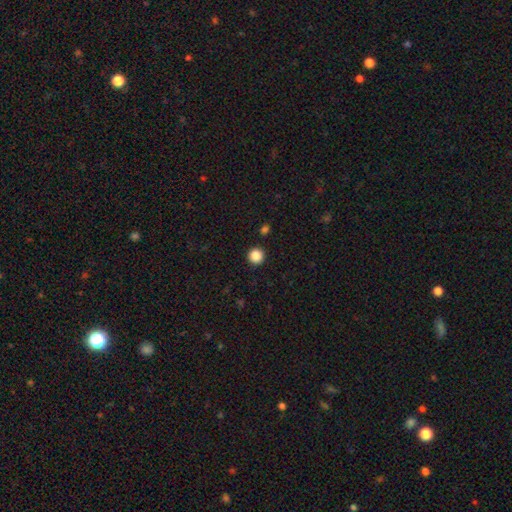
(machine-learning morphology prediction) This appears to be a smooth galaxy with no disk features (87%) that is round (95%). Merging: none (92%).